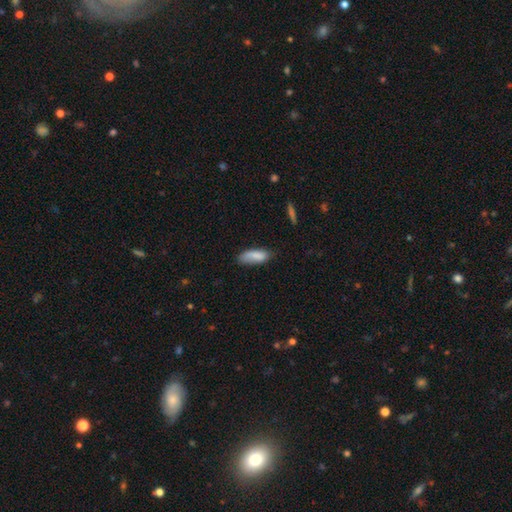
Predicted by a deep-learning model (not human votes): A smooth galaxy with no disk features (83%) that is in between round and cigar-shaped (73%).

Vote fractions:
- Smooth or featured? smooth: 83% / featured or disk: 10% / star or artifact: 7%
- How rounded? in between: 73% / cigar-shaped: 25% / round: 2%
- Merging? none: 59% / minor disturbance: 31% / major disturbance: 8% / merger: 3%